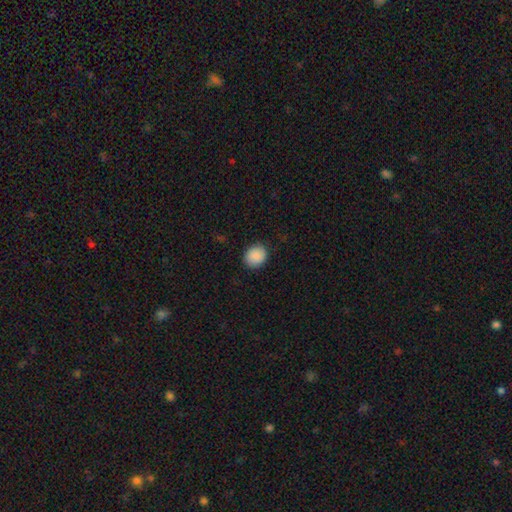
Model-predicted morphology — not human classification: A smooth galaxy with no disk features (90%) that is round (68%).

Vote fractions:
- Smooth or featured? smooth: 90% / star or artifact: 7% / featured or disk: 3%
- How rounded? round: 68% / in between: 31% / cigar-shaped: 1%
- Merging? none: 87% / minor disturbance: 9% / major disturbance: 2% / merger: 1%